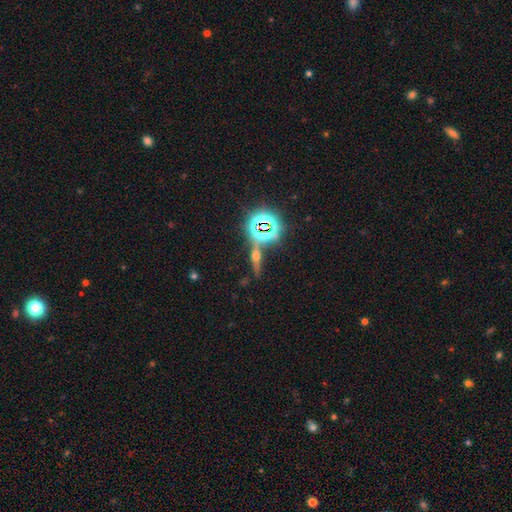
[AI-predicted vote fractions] The model was most divided on "smooth or featured" (2-way tie): star or artifact: 37%, featured or disk: 37%, smooth: 26%.